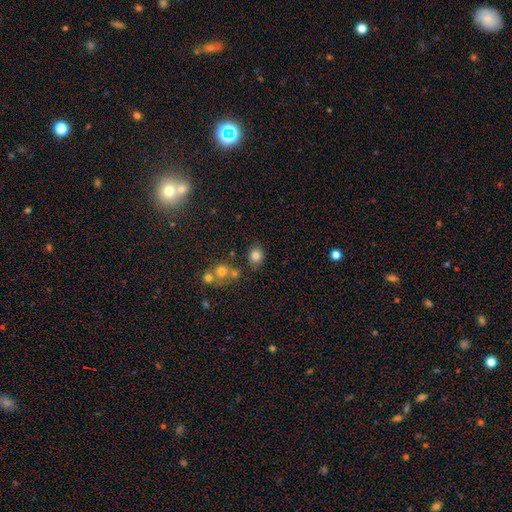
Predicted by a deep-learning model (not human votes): Overall: smooth (80%). How rounded: round (67%; in between 32%). Merging: none (76%).